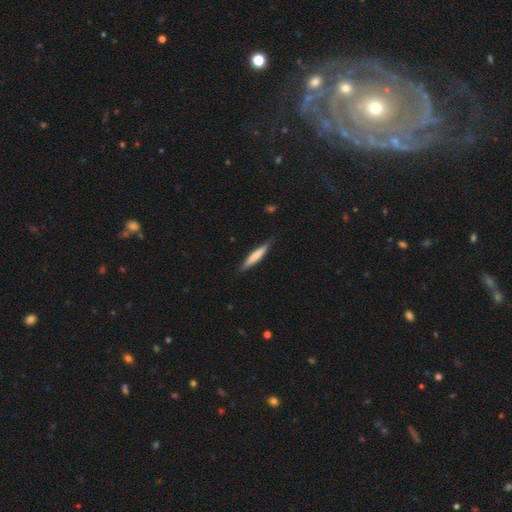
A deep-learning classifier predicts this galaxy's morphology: smooth-or-featured: smooth: 69% | featured or disk: 26% | star or artifact: 5%
  how-rounded: cigar-shaped: 91% | in between: 8% | round: 1%
  merging: none: 83% | minor disturbance: 13% | major disturbance: 2% | merger: 1%